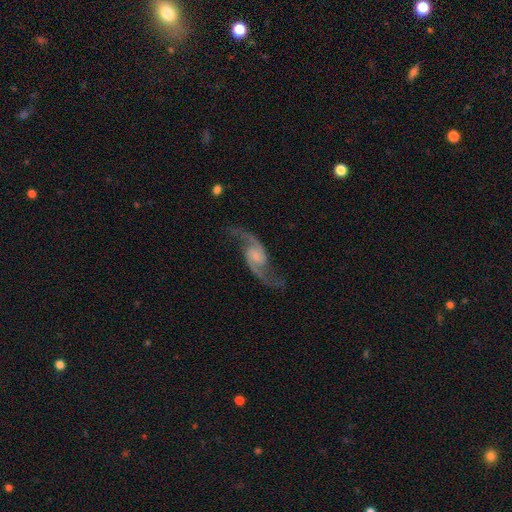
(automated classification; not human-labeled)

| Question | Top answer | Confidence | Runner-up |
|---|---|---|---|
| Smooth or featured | featured or disk | 92% | star or artifact (4%) |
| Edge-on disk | no | 97% | yes (3%) |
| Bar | no | 48% | weak (41%) |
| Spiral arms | yes | 98% | no (2%) |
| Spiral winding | loose | 69% | medium (26%) |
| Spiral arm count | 2 | 94% | can't tell (1%) |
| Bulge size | small | 41% | none (30%) |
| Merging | none | 79% | minor disturbance (12%) |